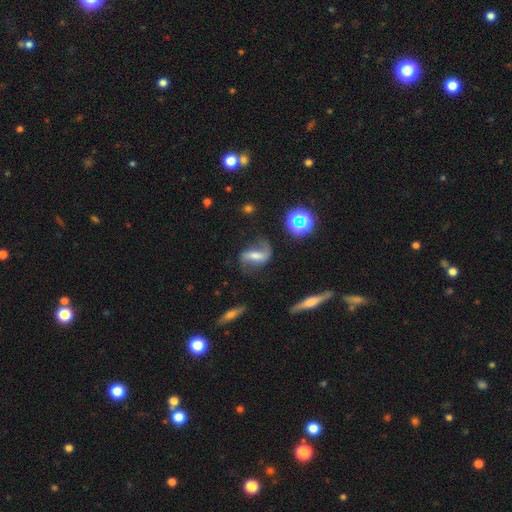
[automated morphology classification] type=featured or disk (71%); edge-on=no (93%); bar=strong (45%); spiral arms=yes (91%); winding=loose (63%); arm count=2 (84%); bulge=moderate (41%); merging=none (62%).